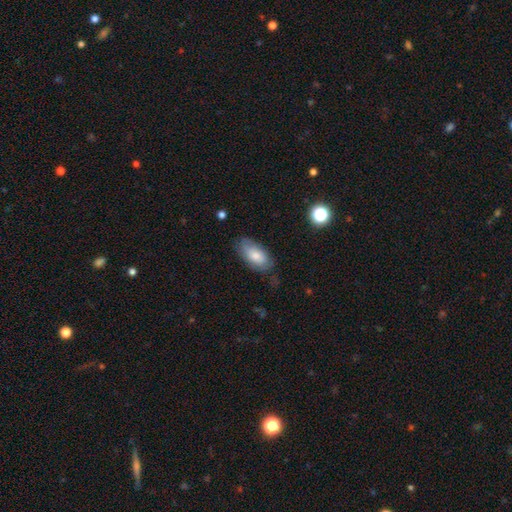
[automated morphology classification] This is likely a smooth galaxy (77%). How rounded: clearly in between (92%). Merging: likely none (69%).